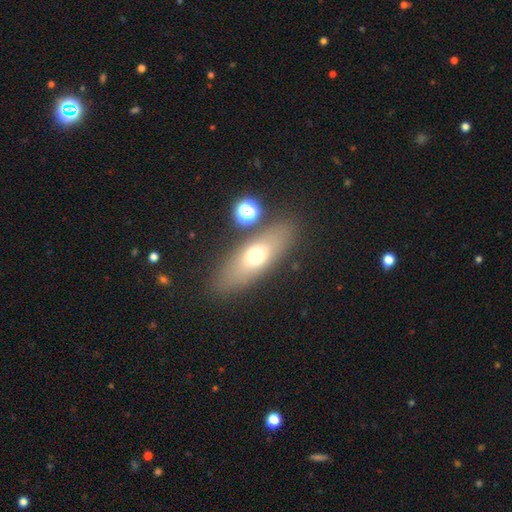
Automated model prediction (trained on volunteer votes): The model was most divided on "how rounded": in between: 63%, cigar-shaped: 31%, round: 6%. More confident: merging — none (79%); smooth or featured — smooth (62%).